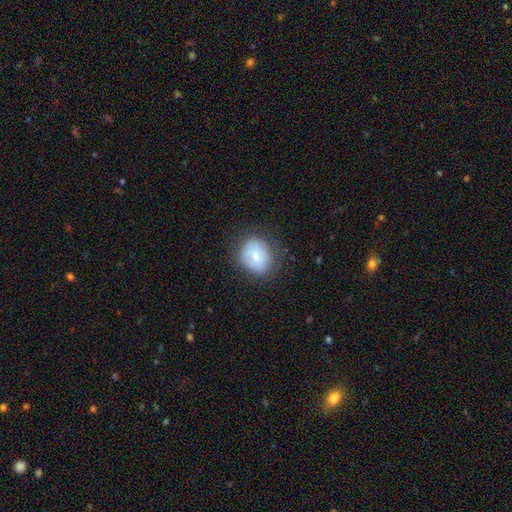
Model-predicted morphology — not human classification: This is likely a smooth galaxy (66%). How rounded: likely round (65%). Merging: likely none (76%).